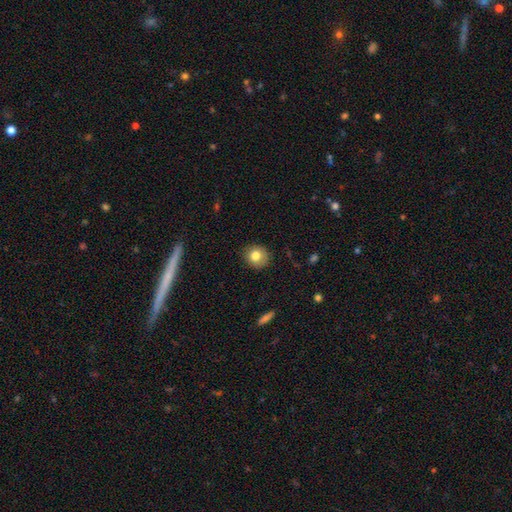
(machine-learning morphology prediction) smooth-or-featured: smooth: 80% | featured or disk: 11% | star or artifact: 10%
  how-rounded: round: 85% | in between: 14% | cigar-shaped: 1%
  merging: none: 86% | minor disturbance: 10% | major disturbance: 2% | merger: 1%